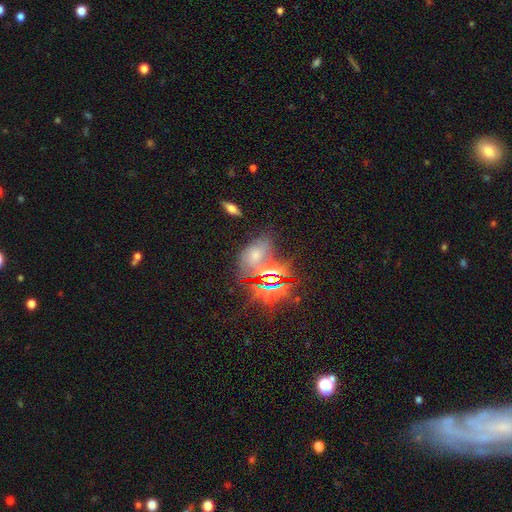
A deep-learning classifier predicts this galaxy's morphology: This is marginally a star or artifact rather than a galaxy (44%).